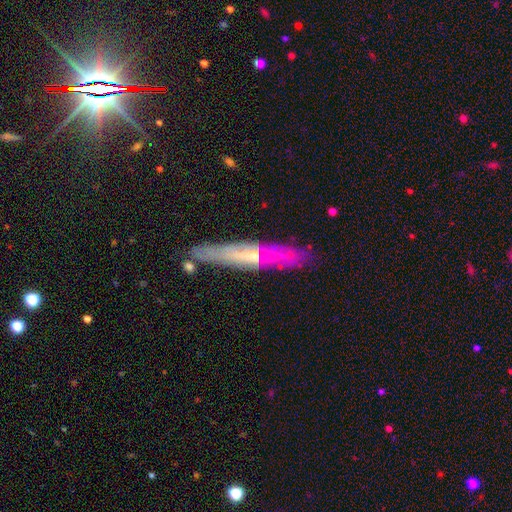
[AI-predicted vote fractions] Smooth or featured: featured or disk — 61% (smooth — 29%)
Edge-on disk: yes — 81% (no — 19%)
Merging: none — 84% (minor disturbance — 12%)